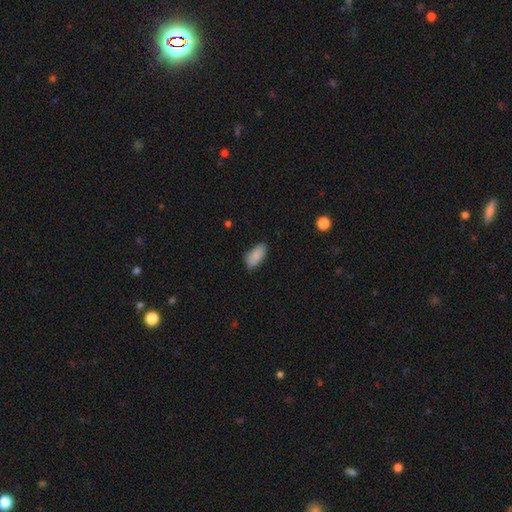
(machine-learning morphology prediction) The model was most divided on "merging": none: 80%, minor disturbance: 16%, major disturbance: 3%, merger: 1%. More confident: how rounded — in between (91%); smooth or featured — smooth (89%).